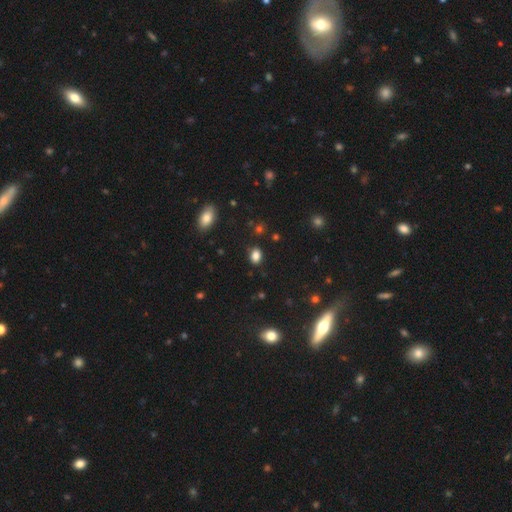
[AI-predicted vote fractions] This appears to be a smooth galaxy with no disk features (83%) that is in between round and cigar-shaped (70%). Merging: none (85%).